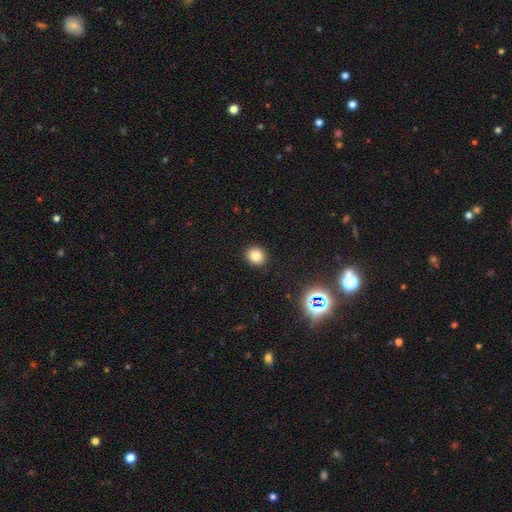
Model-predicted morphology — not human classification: smooth-or-featured: smooth: 82% | star or artifact: 12% | featured or disk: 6%
  how-rounded: round: 78% | in between: 21% | cigar-shaped: 1%
  merging: none: 91% | minor disturbance: 6% | major disturbance: 2% | merger: 1%